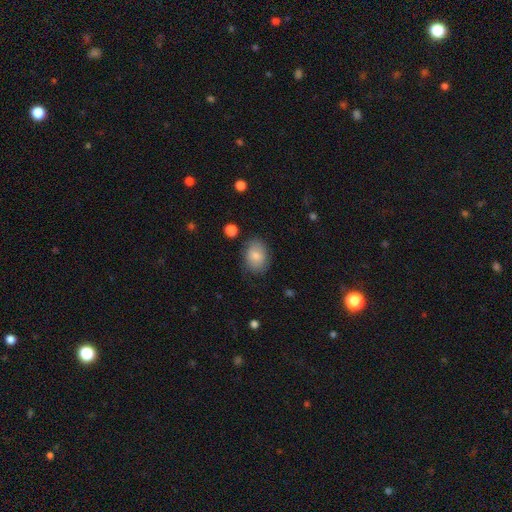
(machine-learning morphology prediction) Smooth or featured?
  - smooth: 79% *
  - featured or disk: 13%
  - star or artifact: 7%
How rounded?
  - in between: 69% *
  - round: 30%
  - cigar-shaped: 1%
Merging?
  - none: 76% *
  - minor disturbance: 17%
  - major disturbance: 5%
  - merger: 2%